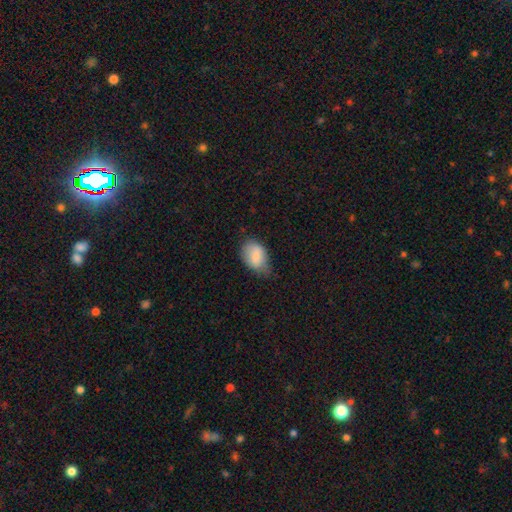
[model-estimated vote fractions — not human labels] Smooth or featured: smooth — 79% (featured or disk — 13%)
How rounded: in between — 84% (round — 14%)
Merging: none — 50% (minor disturbance — 39%)